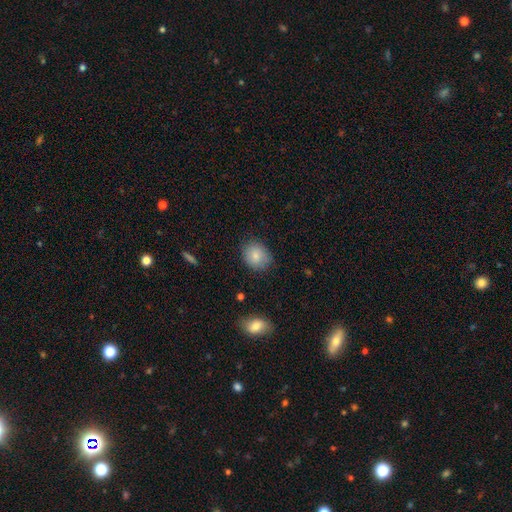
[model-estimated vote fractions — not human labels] This is clearly a smooth galaxy (83%). How rounded: possibly round (59%). Merging: likely none (80%).